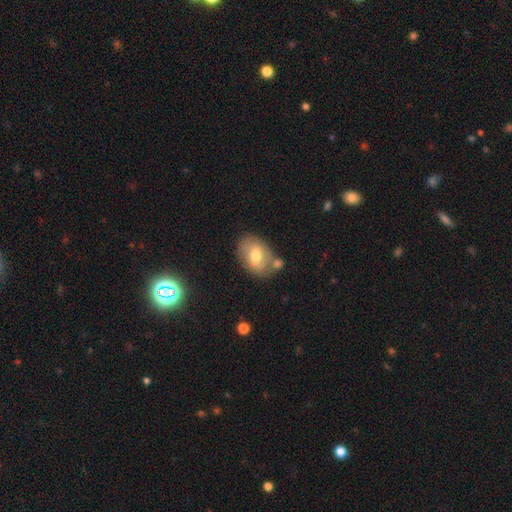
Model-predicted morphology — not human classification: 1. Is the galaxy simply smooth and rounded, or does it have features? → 64% smooth, 29% featured or disk, 7% star or artifact.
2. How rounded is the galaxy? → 77% in between, 21% round, 1% cigar-shaped.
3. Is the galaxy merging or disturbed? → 63% none, 16% minor disturbance, 16% merger, 5% major disturbance.